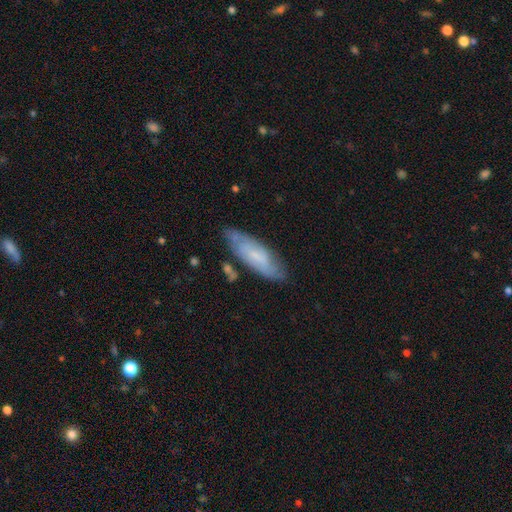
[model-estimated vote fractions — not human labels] A featured or disk galaxy (47%).

Vote fractions:
- Smooth or featured? featured or disk: 47% / smooth: 46% / star or artifact: 7%
- Merging? none: 74% / minor disturbance: 18% / major disturbance: 4% / merger: 4%